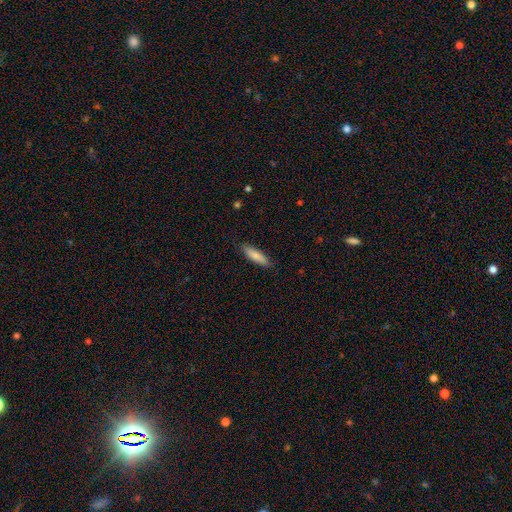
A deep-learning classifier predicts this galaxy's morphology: A smooth galaxy with no disk features (80%) that is cigar-shaped (68%).

Vote fractions:
- Smooth or featured? smooth: 80% / featured or disk: 14% / star or artifact: 6%
- How rounded? cigar-shaped: 68% / in between: 30% / round: 1%
- Merging? none: 86% / minor disturbance: 11% / major disturbance: 2% / merger: 1%